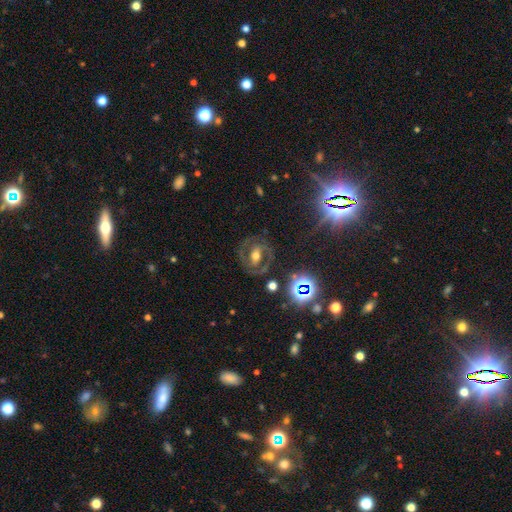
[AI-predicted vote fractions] Smooth or featured? Predicted: featured or disk (p=0.74). Edge-on disk? Predicted: no (p=0.96). Bar? Predicted: strong (p=0.37). Spiral arms? Predicted: yes (p=0.86). Spiral winding? Predicted: medium (p=0.51). Spiral arm count? Predicted: 2 (p=0.89). Bulge size? Predicted: moderate (p=0.67). Merging? Predicted: none (p=0.78).